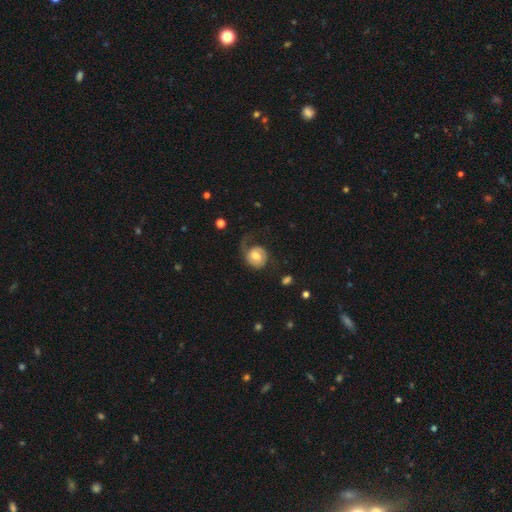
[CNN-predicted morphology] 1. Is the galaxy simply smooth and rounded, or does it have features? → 58% featured or disk, 35% smooth, 7% star or artifact.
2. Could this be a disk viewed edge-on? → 97% no, 3% yes.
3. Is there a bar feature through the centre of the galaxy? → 55% no, 36% weak, 8% strong.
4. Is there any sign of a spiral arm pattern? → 88% yes, 12% no.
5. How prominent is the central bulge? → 62% moderate, 18% small, 15% large, 3% none, 2% dominant.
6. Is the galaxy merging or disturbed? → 45% none, 32% major disturbance, 21% minor disturbance, 2% merger.